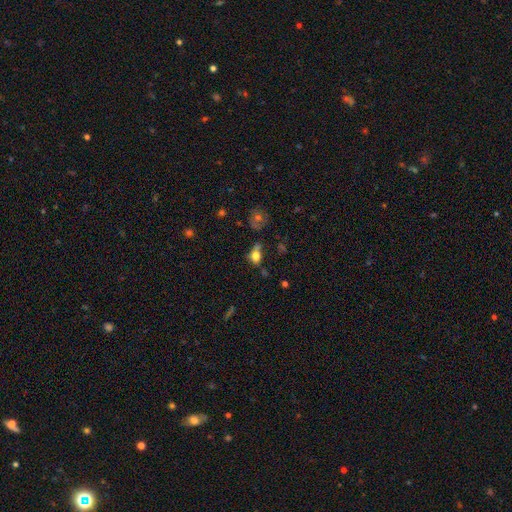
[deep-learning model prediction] Smooth or featured? smooth (74%)
How rounded? in between (63%)
Merging? none (46%)